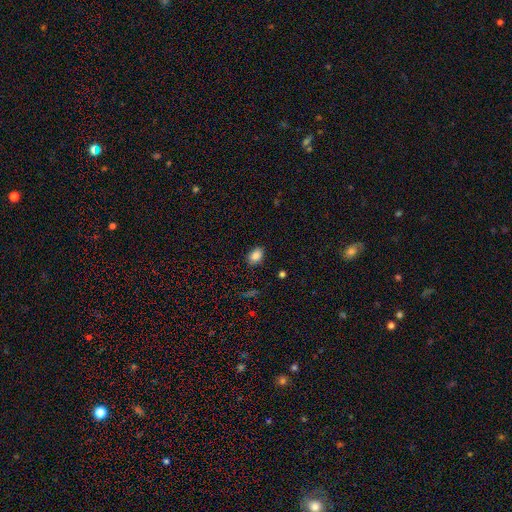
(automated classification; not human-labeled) smooth-or-featured: smooth: 84% | star or artifact: 10% | featured or disk: 6%
  how-rounded: in between: 73% | round: 25% | cigar-shaped: 1%
  merging: none: 86% | minor disturbance: 11% | major disturbance: 2% | merger: 1%